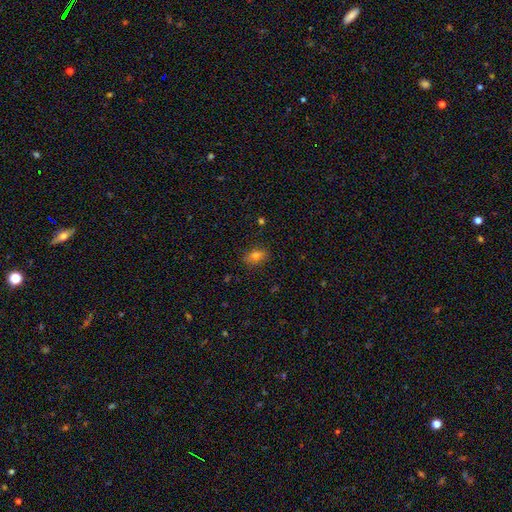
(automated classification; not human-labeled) A smooth galaxy with no disk features (72%) that is in between round and cigar-shaped (74%). Merging: none (84%).